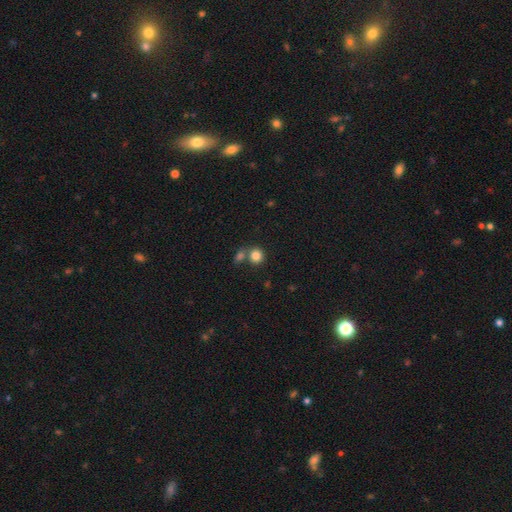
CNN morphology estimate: smooth_or_featured: smooth (p=0.84) [alt: star or artifact p=0.10]
how_rounded: round (p=0.83) [alt: in between p=0.16]
merging: none (p=0.59) [alt: merger p=0.29]